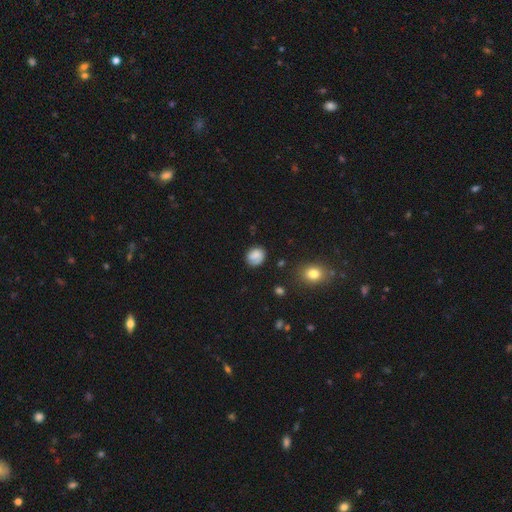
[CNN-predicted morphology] smooth 75%, featured or disk 16%, star or artifact 10%. Down the decision tree: how rounded — round (66%); merging — none (69%).